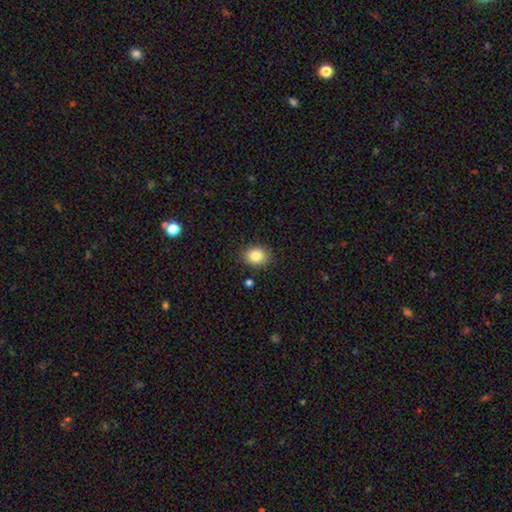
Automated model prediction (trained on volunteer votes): Smooth or featured? Predicted: smooth (p=0.84). How rounded? Predicted: round (p=0.57). Merging? Predicted: none (p=0.86).